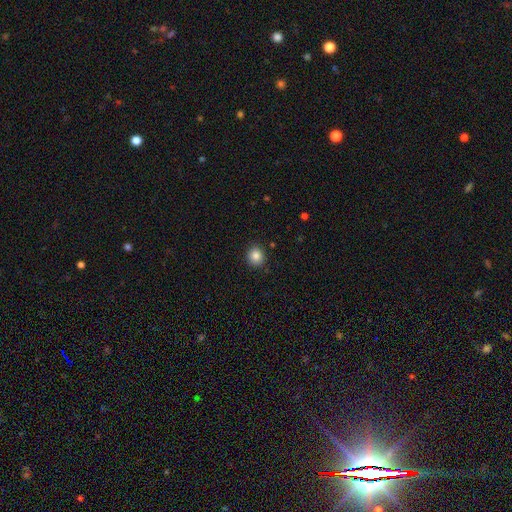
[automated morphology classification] Smooth or featured?
  - smooth: 84% *
  - star or artifact: 10%
  - featured or disk: 6%
How rounded?
  - round: 85% *
  - in between: 14%
  - cigar-shaped: 1%
Merging?
  - none: 90% *
  - minor disturbance: 7%
  - major disturbance: 2%
  - merger: 1%